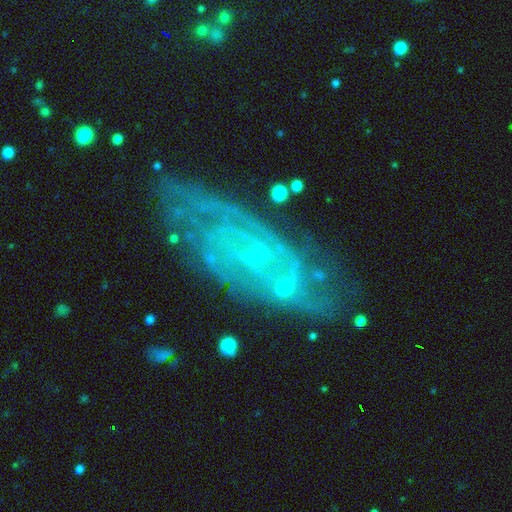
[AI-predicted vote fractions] featured or disk 80%, star or artifact 10%, smooth 10%. Down the decision tree: edge-on disk — no (92%); bar — no (59%); spiral arms — yes (91%); spiral arm count — can't tell (41%); spiral winding — tight (59%); bulge size — small (77%); merging — none (72%).